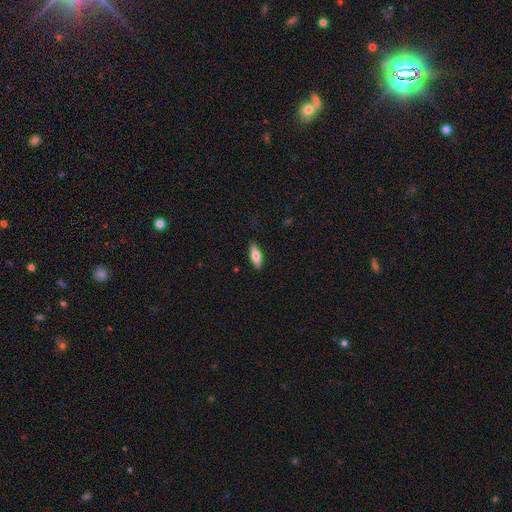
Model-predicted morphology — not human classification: A smooth galaxy with no disk features (71%) that is in between round and cigar-shaped (67%). Merging: none (88%).